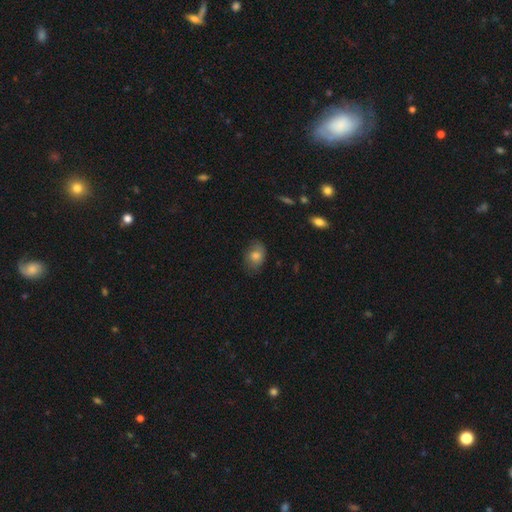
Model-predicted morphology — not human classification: type=smooth (75%); roundness=in between (70%); merging=none (72%).